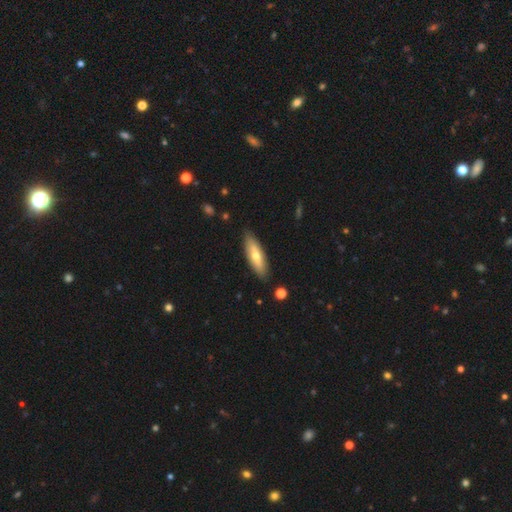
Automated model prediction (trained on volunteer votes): This is possibly a smooth galaxy (56%). How rounded: possibly cigar-shaped (49%, tied with in between). Merging: clearly none (87%).